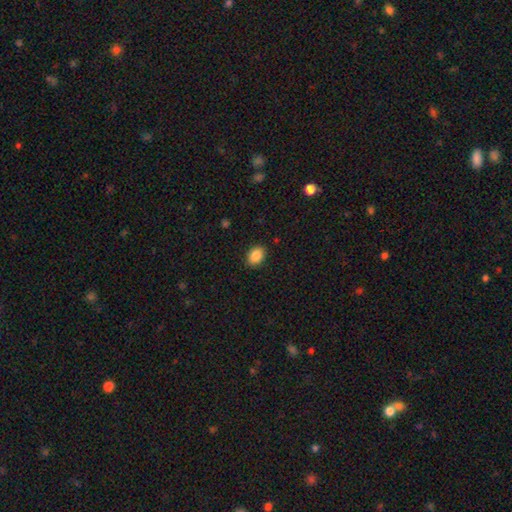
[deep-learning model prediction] Smooth or featured?
  - smooth: 87% *
  - star or artifact: 8%
  - featured or disk: 4%
How rounded?
  - in between: 71% *
  - round: 28%
  - cigar-shaped: 1%
Merging?
  - none: 88% *
  - minor disturbance: 8%
  - major disturbance: 2%
  - merger: 1%